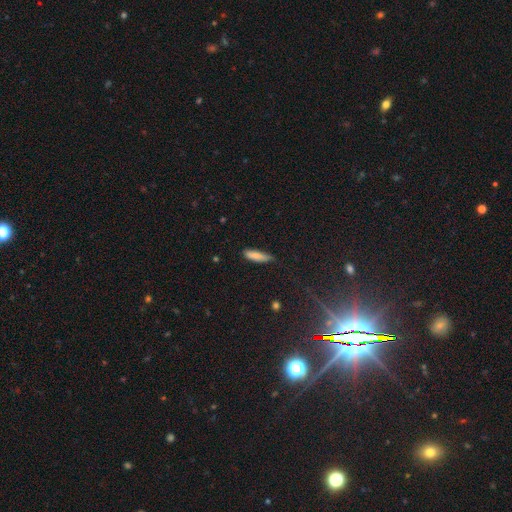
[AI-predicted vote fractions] Smooth or featured?
  - smooth: 82% *
  - featured or disk: 11%
  - star or artifact: 7%
How rounded?
  - cigar-shaped: 67% *
  - in between: 31%
  - round: 2%
Merging?
  - none: 68% *
  - minor disturbance: 26%
  - major disturbance: 4%
  - merger: 2%